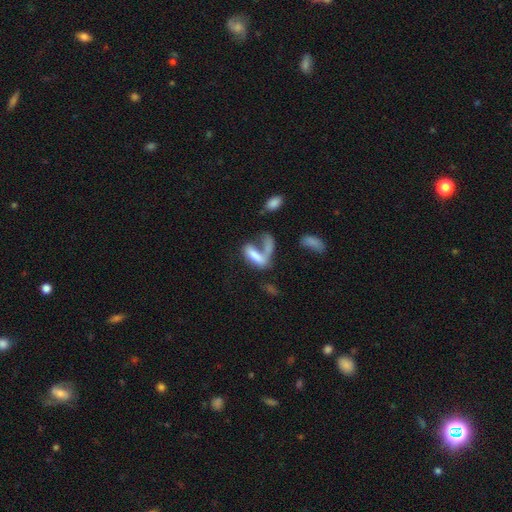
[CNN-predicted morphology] smooth_or_featured: smooth (p=0.64) [alt: featured or disk p=0.26]
how_rounded: in between (p=0.62) [alt: cigar-shaped p=0.34]
merging: merger (p=0.46) [alt: major disturbance p=0.24]